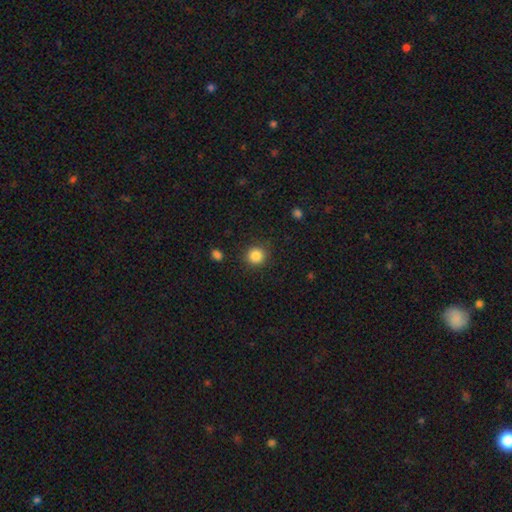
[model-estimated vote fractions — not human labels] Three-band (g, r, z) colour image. It shows a smooth galaxy with no disk features (86%) that is round (92%). Merging: none (87%).